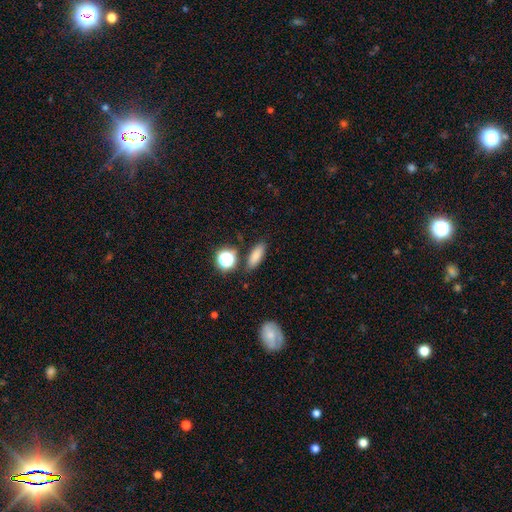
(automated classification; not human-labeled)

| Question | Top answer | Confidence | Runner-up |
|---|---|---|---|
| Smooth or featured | smooth | 80% | star or artifact (12%) |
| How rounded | in between | 62% | cigar-shaped (29%) |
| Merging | none | 83% | minor disturbance (9%) |